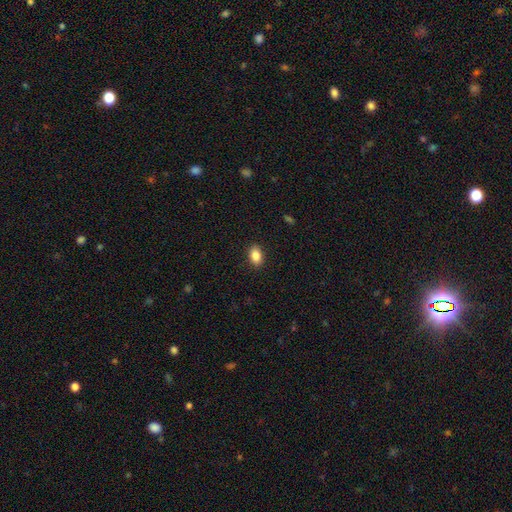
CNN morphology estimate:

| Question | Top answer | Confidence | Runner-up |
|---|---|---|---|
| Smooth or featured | smooth | 86% | star or artifact (8%) |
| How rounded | in between | 85% | round (13%) |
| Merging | none | 90% | minor disturbance (8%) |